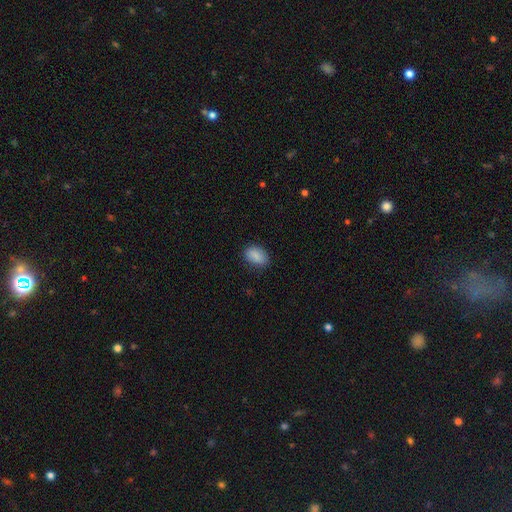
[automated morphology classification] smooth_or_featured: smooth (p=0.87) [alt: star or artifact p=0.07]
how_rounded: in between (p=0.86) [alt: round p=0.13]
merging: none (p=0.82) [alt: minor disturbance p=0.14]